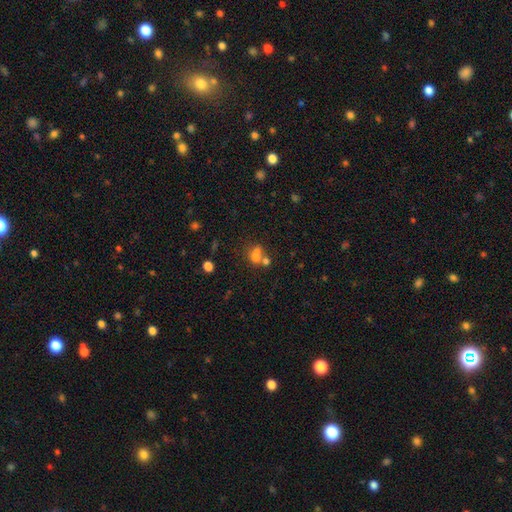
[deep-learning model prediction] This appears to be a smooth galaxy with no disk features (64%) that is round (65%). Merging: merger (53%).